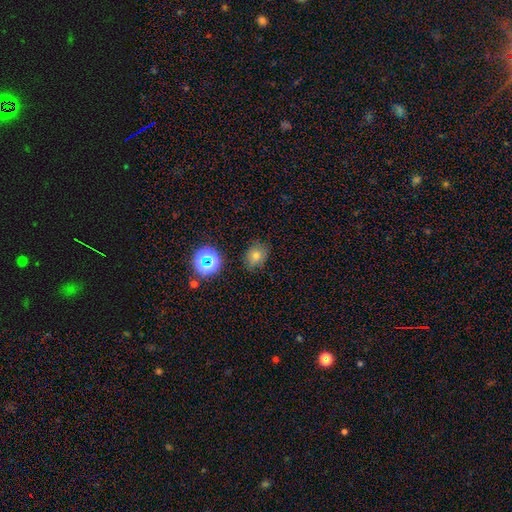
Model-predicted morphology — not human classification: Smooth or featured?
  - smooth: 70% *
  - star or artifact: 21%
  - featured or disk: 10%
How rounded?
  - round: 58% *
  - in between: 41%
  - cigar-shaped: 1%
Merging?
  - none: 80% *
  - minor disturbance: 14%
  - major disturbance: 4%
  - merger: 2%